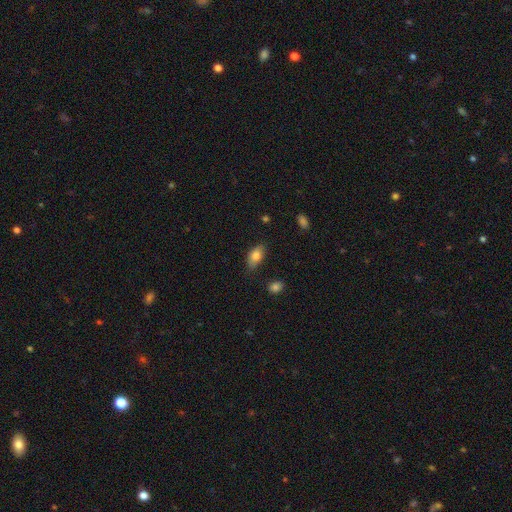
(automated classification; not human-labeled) Smooth or featured: smooth — 82% (featured or disk — 10%)
How rounded: in between — 91% (round — 6%)
Merging: none — 74% (minor disturbance — 20%)